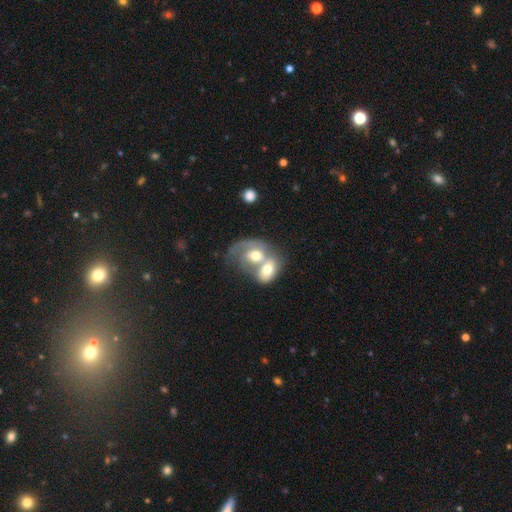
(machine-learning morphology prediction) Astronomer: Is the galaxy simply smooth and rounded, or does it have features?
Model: featured or disk — 50% (runner-up: smooth, 44%).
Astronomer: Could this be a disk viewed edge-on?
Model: no — 96%.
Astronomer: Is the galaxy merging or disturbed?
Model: merger — 80%.